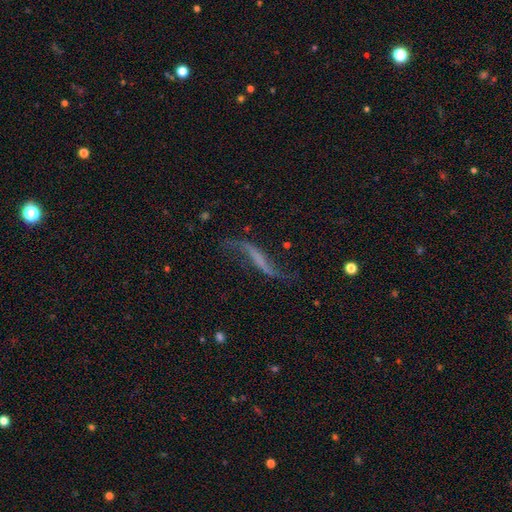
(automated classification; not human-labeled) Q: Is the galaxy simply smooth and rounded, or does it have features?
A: featured or disk — 71%.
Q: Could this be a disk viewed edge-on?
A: no — 72%.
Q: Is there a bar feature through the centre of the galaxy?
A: no — 37%.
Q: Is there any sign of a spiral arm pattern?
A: yes — 85%.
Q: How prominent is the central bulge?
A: none — 65%.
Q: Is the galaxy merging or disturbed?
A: none — 60%.